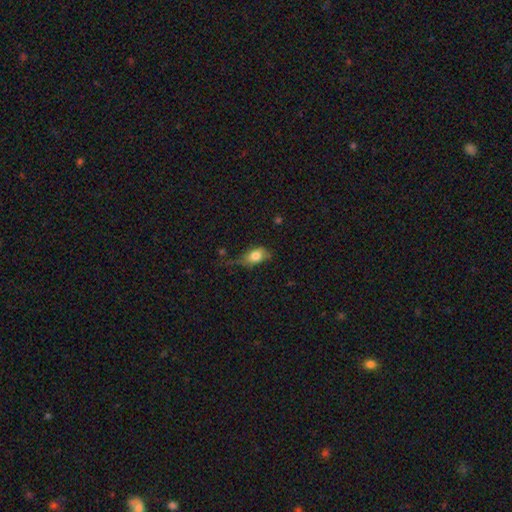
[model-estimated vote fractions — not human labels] This is likely a smooth galaxy (78%). How rounded: clearly in between (81%). Merging: marginally none (38%).